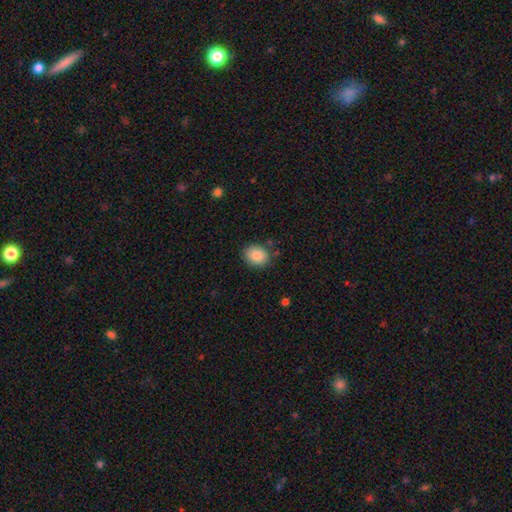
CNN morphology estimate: Smooth or featured?
  - smooth: 86% *
  - star or artifact: 8%
  - featured or disk: 6%
How rounded?
  - round: 59% *
  - in between: 40%
  - cigar-shaped: 1%
Merging?
  - none: 82% *
  - minor disturbance: 12%
  - major disturbance: 3%
  - merger: 2%